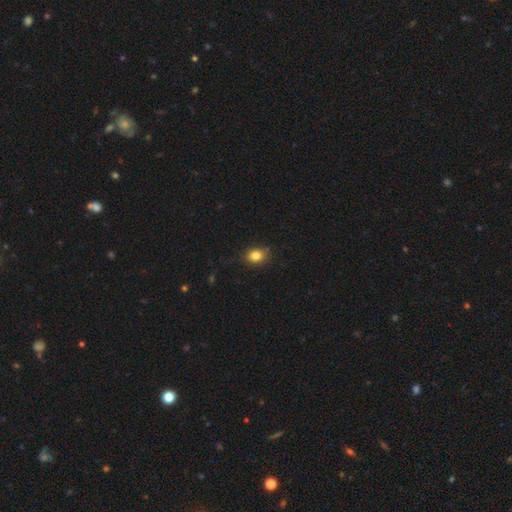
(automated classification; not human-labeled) smooth-or-featured: smooth: 83% | star or artifact: 11% | featured or disk: 6%
  how-rounded: in between: 55% | round: 44% | cigar-shaped: 1%
  merging: none: 81% | minor disturbance: 15% | major disturbance: 3% | merger: 1%